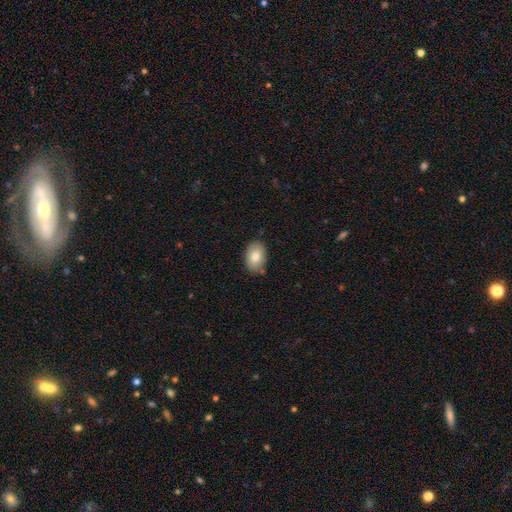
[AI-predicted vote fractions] smooth-or-featured: smooth: 81% | featured or disk: 11% | star or artifact: 7%
  how-rounded: in between: 85% | round: 14% | cigar-shaped: 1%
  merging: none: 81% | minor disturbance: 14% | merger: 2% | major disturbance: 2%